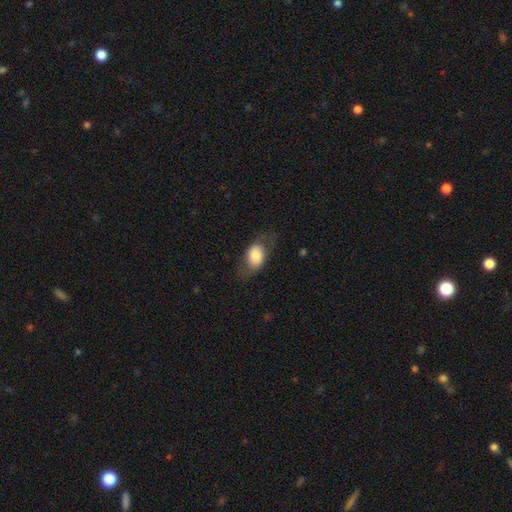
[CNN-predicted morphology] This appears to be a smooth galaxy with no disk features (74%) that is in between round and cigar-shaped (80%). Merging: none (65%).